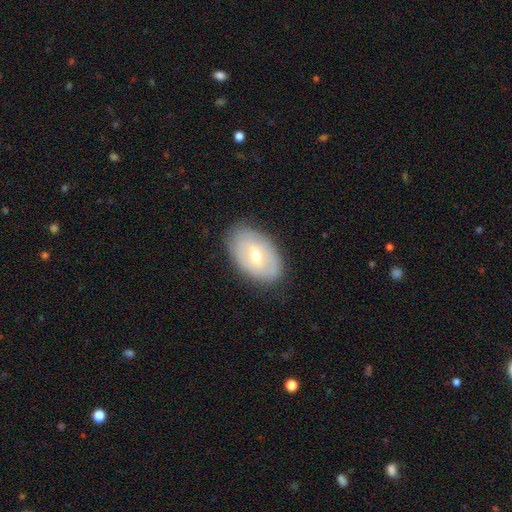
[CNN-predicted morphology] smooth_or_featured: featured or disk (p=0.49) [alt: smooth p=0.44]
merging: none (p=0.82) [alt: minor disturbance p=0.14]